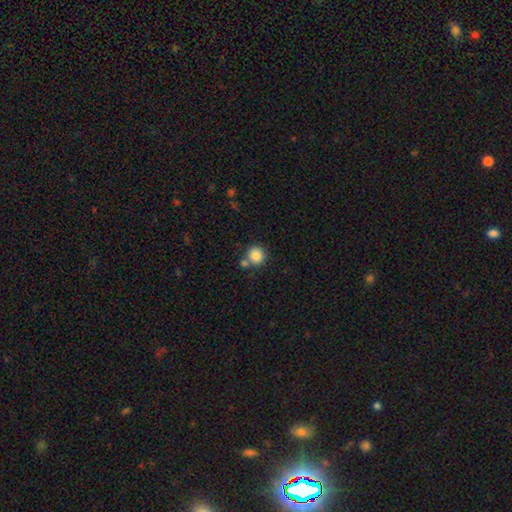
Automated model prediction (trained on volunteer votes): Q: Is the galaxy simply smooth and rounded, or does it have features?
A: smooth — 85%.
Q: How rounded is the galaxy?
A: round — 92%.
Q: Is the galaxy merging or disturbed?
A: none — 69%.